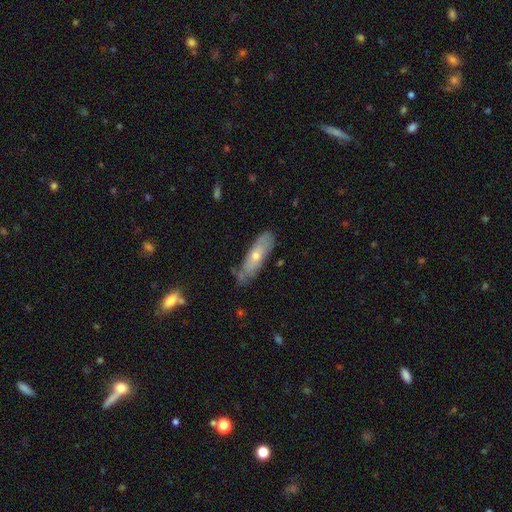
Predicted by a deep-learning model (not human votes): Overall: smooth (51%; featured or disk 42%). How rounded: cigar-shaped (51%; in between 47%). Merging: none (66%).